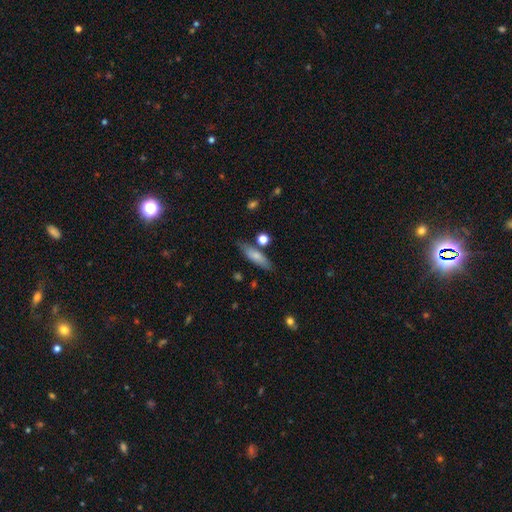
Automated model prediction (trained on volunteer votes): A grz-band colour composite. It shows a smooth galaxy with no disk features (73%) that is cigar-shaped (60%). Merging: none (76%).